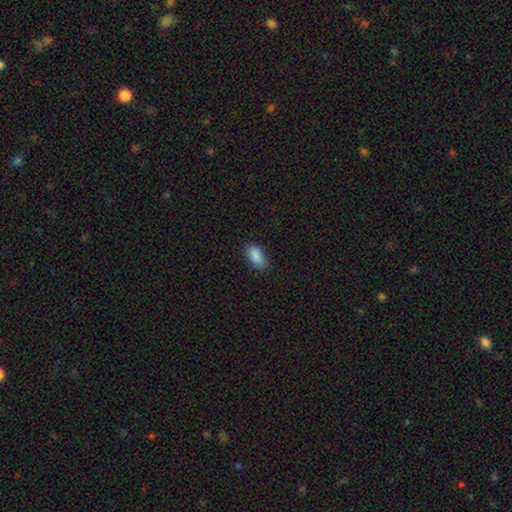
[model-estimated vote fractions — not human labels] Overall: smooth (89%). How rounded: in between (91%). Merging: none (80%).